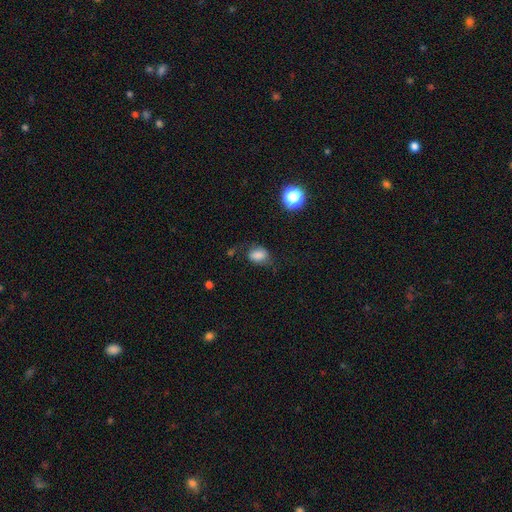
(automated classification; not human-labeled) smooth 77%, featured or disk 11%, star or artifact 11%. Down the decision tree: how rounded — in between (70%); merging — none (57%).